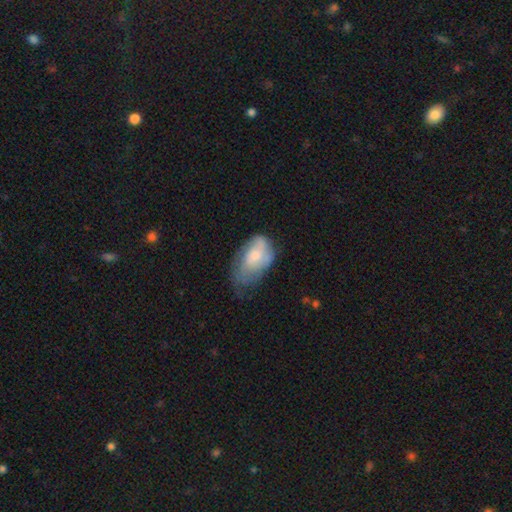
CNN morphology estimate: smooth-or-featured: smooth: 57% | featured or disk: 36% | star or artifact: 7%
  how-rounded: in between: 92% | round: 6% | cigar-shaped: 2%
  merging: minor disturbance: 38% | major disturbance: 31% | none: 28% | merger: 3%